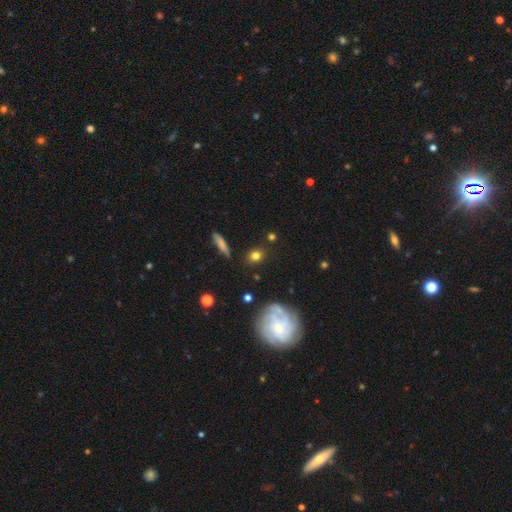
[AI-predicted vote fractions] Q: Smooth or featured?
A: smooth (75%); runner-up: featured or disk (13%)
Q: How rounded?
A: round (59%); runner-up: in between (36%)
Q: Merging?
A: none (82%); runner-up: minor disturbance (11%)